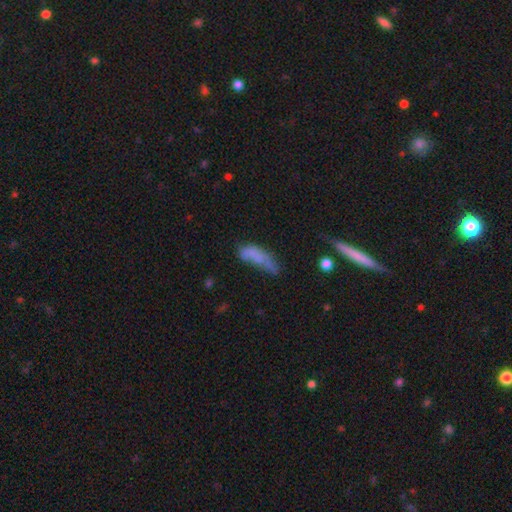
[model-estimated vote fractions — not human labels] Q: Smooth or featured?
A: smooth (60%); runner-up: featured or disk (27%)
Q: How rounded?
A: in between (59%); runner-up: cigar-shaped (37%)
Q: Merging?
A: major disturbance (32%); runner-up: none (26%)